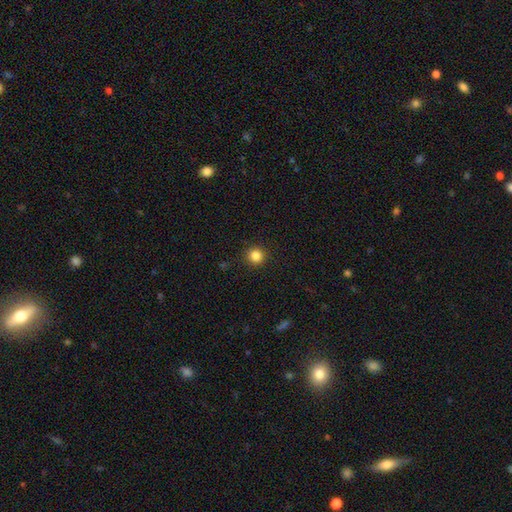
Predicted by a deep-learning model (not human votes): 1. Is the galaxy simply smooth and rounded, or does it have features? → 85% smooth, 12% star or artifact, 4% featured or disk.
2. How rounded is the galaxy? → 94% round, 5% in between, 1% cigar-shaped.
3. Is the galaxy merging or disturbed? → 92% none, 5% minor disturbance, 2% major disturbance, 1% merger.